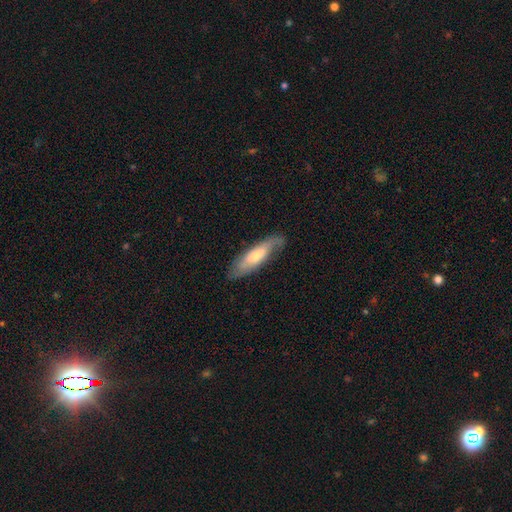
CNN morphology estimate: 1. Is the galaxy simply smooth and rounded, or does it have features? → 49% smooth, 45% featured or disk, 6% star or artifact.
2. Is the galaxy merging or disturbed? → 76% none, 18% minor disturbance, 5% major disturbance, 1% merger.